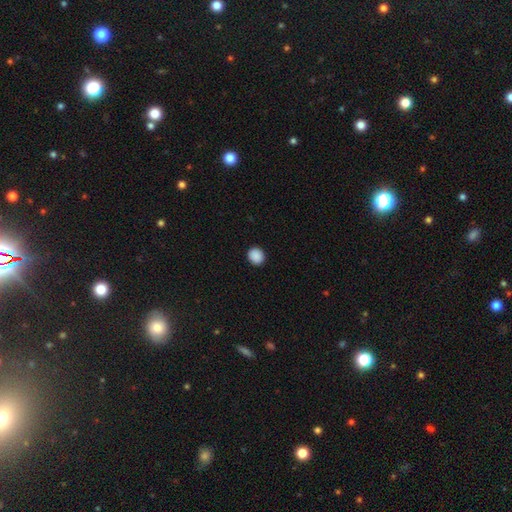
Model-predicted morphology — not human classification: smooth 90%, star or artifact 8%, featured or disk 2%. Down the decision tree: how rounded — round (81%); merging — none (91%).